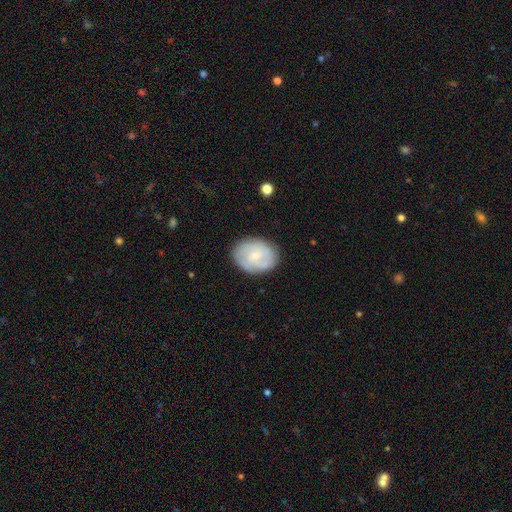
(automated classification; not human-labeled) Morphology: type=smooth (49%); merging=none (81%).